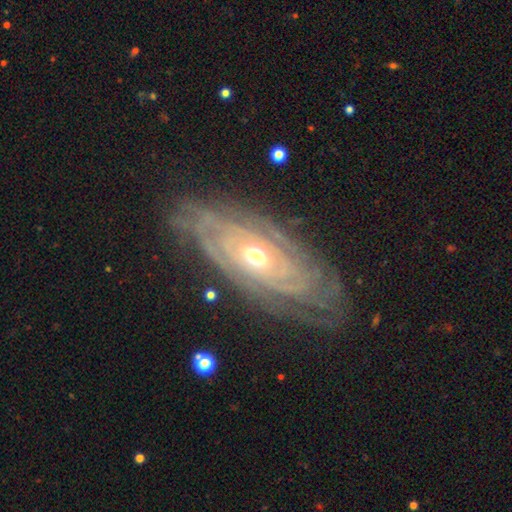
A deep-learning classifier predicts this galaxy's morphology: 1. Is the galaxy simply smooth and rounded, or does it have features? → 88% featured or disk, 7% smooth, 5% star or artifact.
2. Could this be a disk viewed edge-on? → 89% no, 11% yes.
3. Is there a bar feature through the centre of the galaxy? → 69% no, 21% weak, 10% strong.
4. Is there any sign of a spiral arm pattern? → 94% yes, 6% no.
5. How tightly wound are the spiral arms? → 83% tight, 14% medium, 4% loose.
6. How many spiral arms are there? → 40% can't tell, 16% 2, 13% 3, 13% more than 4, 12% 4, 6% 1.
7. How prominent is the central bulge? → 68% moderate, 23% small, 7% large, 1% dominant, 1% none.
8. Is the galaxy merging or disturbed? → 74% none, 17% minor disturbance, 7% major disturbance, 2% merger.